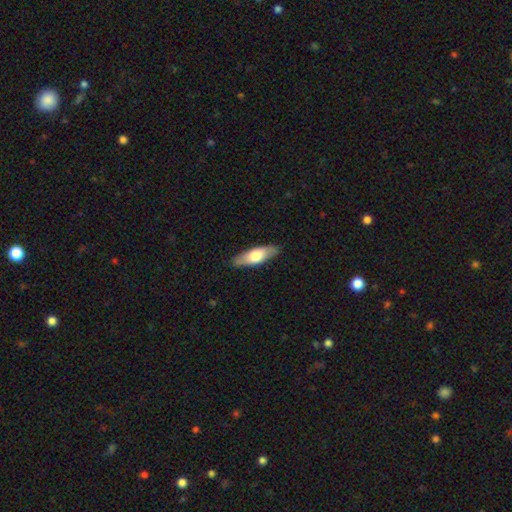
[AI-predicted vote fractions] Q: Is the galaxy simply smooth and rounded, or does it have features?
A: smooth — 63%.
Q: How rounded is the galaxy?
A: in between — 58%.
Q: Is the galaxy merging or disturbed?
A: none — 86%.